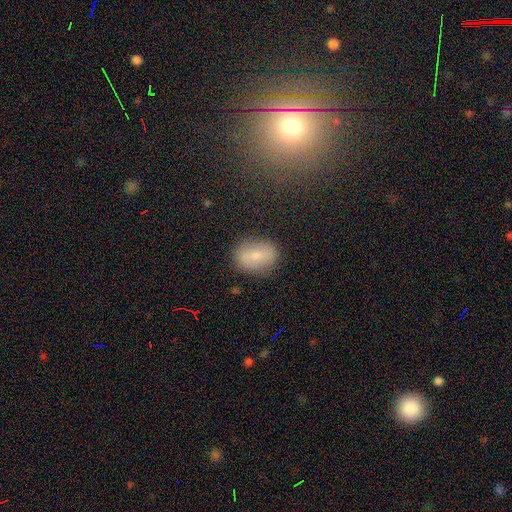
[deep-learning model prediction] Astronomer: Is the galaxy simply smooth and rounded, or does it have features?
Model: smooth — 70%.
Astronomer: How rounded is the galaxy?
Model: in between — 74%.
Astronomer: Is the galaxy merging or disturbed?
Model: none — 83%.